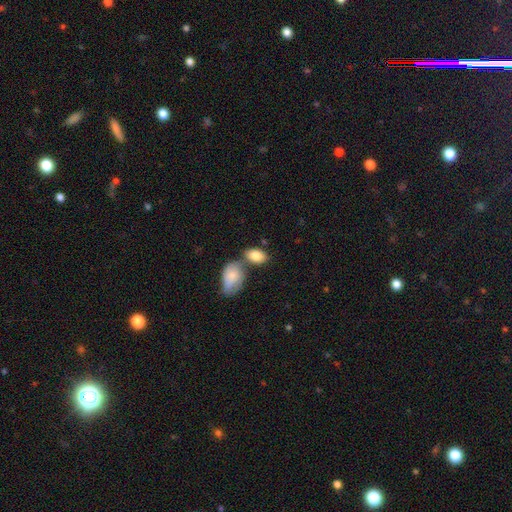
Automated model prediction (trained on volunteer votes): smooth_or_featured: smooth (p=0.84) [alt: featured or disk p=0.10]
how_rounded: in between (p=0.91) [alt: round p=0.07]
merging: none (p=0.43) [alt: merger p=0.38]